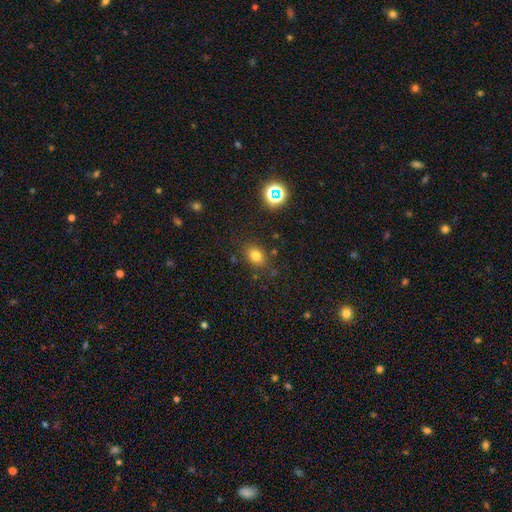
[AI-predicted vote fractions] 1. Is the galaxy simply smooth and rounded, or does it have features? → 75% smooth, 16% star or artifact, 9% featured or disk.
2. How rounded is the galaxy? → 63% in between, 35% round, 1% cigar-shaped.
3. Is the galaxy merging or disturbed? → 80% none, 13% minor disturbance, 4% major disturbance, 3% merger.